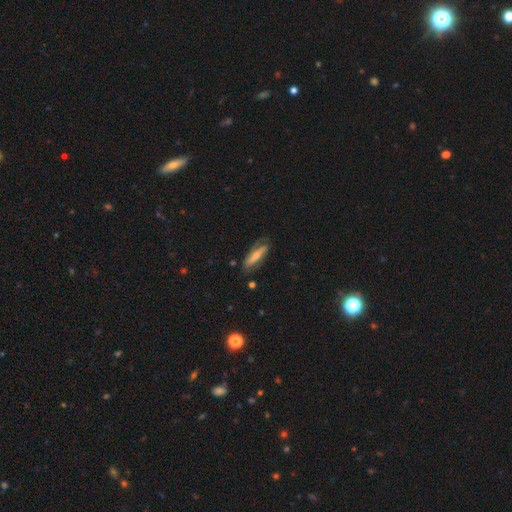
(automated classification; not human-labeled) This appears to be a featured or disk galaxy (55%) with not edge-on (50%, tied with yes). Merging: none (71%).